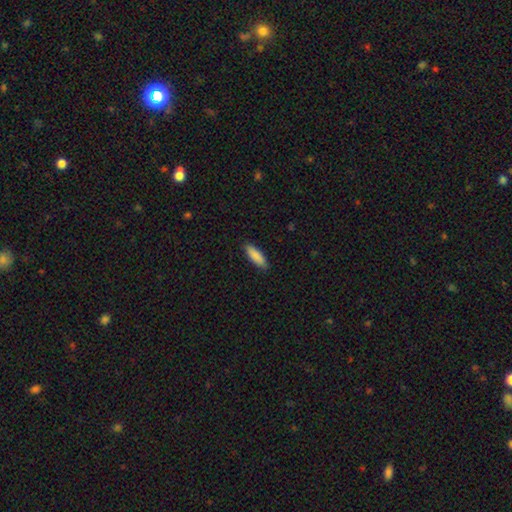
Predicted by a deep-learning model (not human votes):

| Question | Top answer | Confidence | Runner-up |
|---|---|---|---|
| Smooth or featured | smooth | 88% | featured or disk (6%) |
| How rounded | cigar-shaped | 50% | in between (48%) |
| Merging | none | 89% | minor disturbance (9%) |